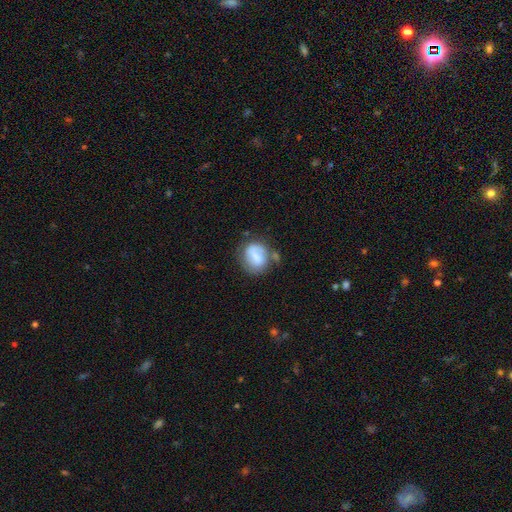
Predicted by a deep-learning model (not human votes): Overall: smooth (60%; featured or disk 33%). How rounded: round (59%; in between 40%). Merging: none (52%; minor disturbance 24%).